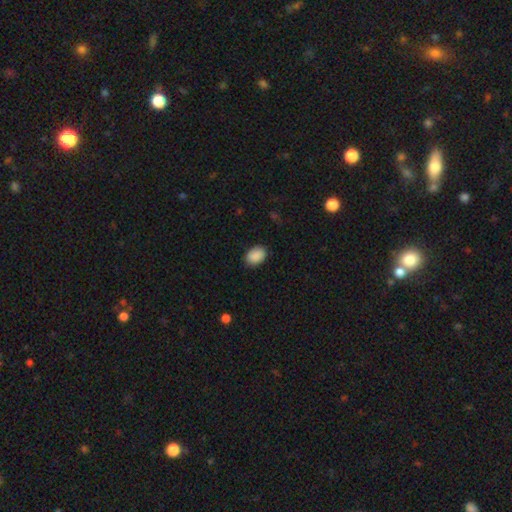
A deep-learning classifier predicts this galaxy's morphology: Q: Smooth or featured?
A: smooth (90%); runner-up: star or artifact (7%)
Q: How rounded?
A: in between (77%); runner-up: round (22%)
Q: Merging?
A: none (86%); runner-up: minor disturbance (11%)